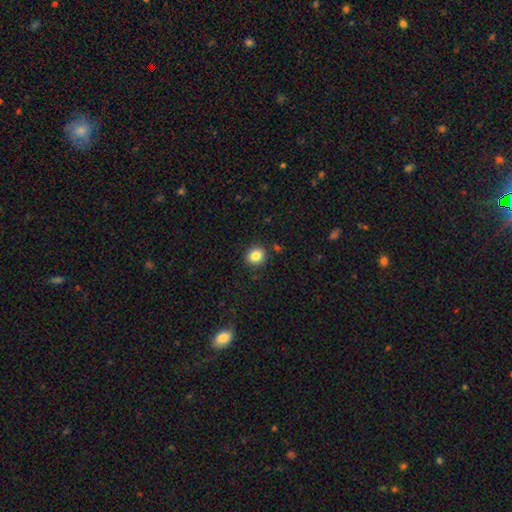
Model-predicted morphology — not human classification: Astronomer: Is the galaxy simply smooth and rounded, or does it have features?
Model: smooth — 84%.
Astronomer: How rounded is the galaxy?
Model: round — 77%.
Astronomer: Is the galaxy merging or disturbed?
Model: none — 89%.